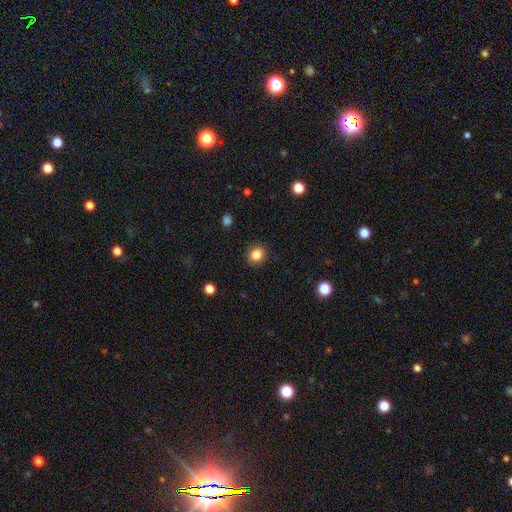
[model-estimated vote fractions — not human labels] smooth_or_featured: smooth (p=0.84) [alt: star or artifact p=0.11]
how_rounded: round (p=0.82) [alt: in between p=0.17]
merging: none (p=0.90) [alt: minor disturbance p=0.07]